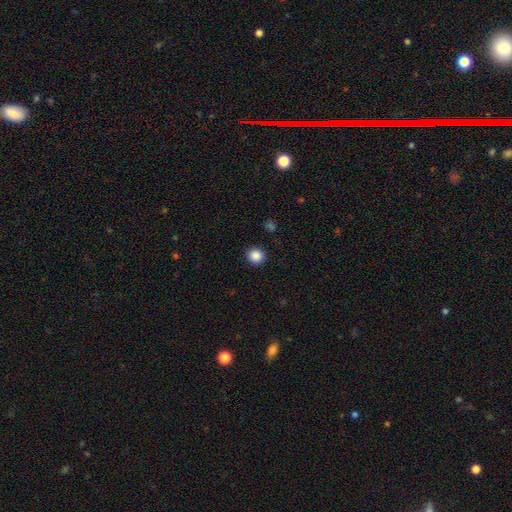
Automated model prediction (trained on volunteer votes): This is clearly a smooth galaxy (87%). How rounded: clearly round (93%). Merging: clearly none (92%).